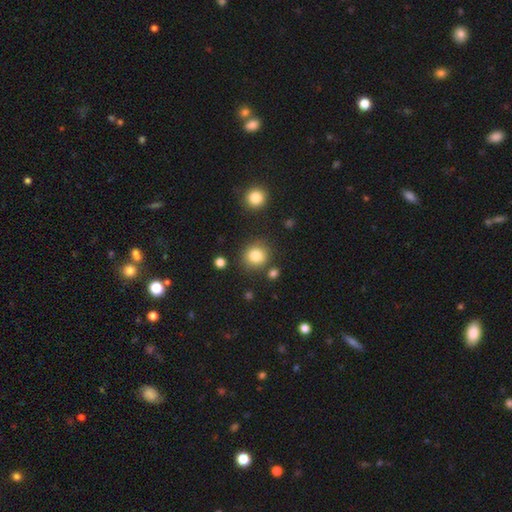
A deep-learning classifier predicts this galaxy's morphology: Smooth or featured? smooth (83%)
How rounded? round (86%)
Merging? none (82%)